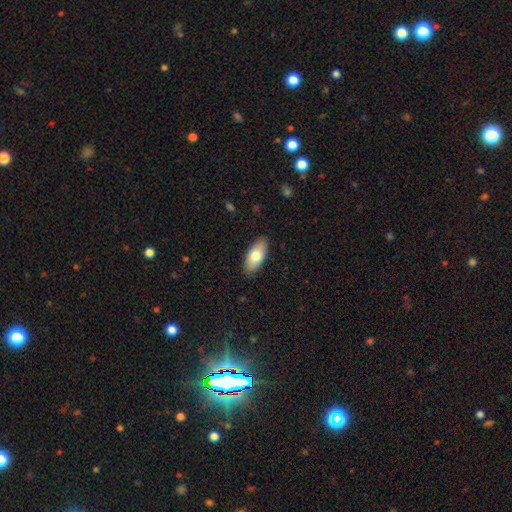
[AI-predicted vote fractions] Smooth or featured? Predicted: smooth (p=0.75). How rounded? Predicted: in between (p=0.90). Merging? Predicted: none (p=0.88).